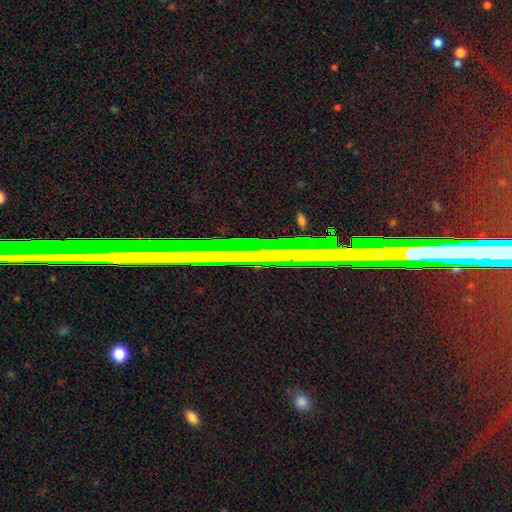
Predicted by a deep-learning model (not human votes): A star or artifact, not a galaxy (71%).

Vote fractions:
- Smooth or featured? star or artifact: 71% / featured or disk: 19% / smooth: 10%